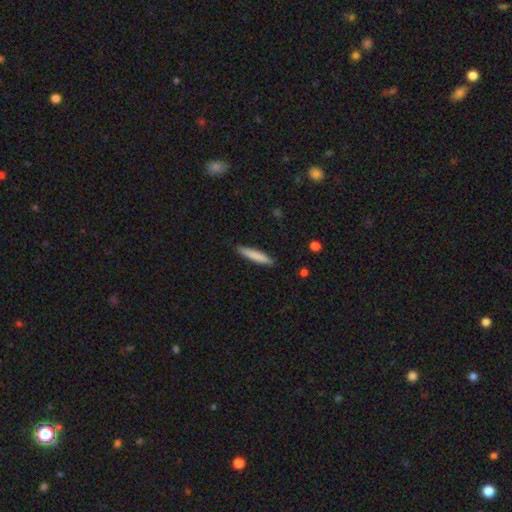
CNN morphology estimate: Smooth or featured? smooth (81%)
How rounded? cigar-shaped (91%)
Merging? none (88%)